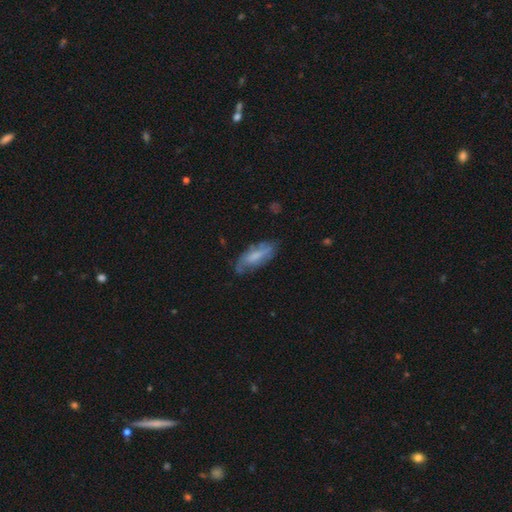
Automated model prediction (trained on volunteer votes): A smooth galaxy with no disk features (55%) that is in between round and cigar-shaped (66%).

Vote fractions:
- Smooth or featured? smooth: 55% / featured or disk: 37% / star or artifact: 7%
- How rounded? in between: 66% / cigar-shaped: 32% / round: 2%
- Merging? none: 63% / minor disturbance: 27% / major disturbance: 8% / merger: 2%